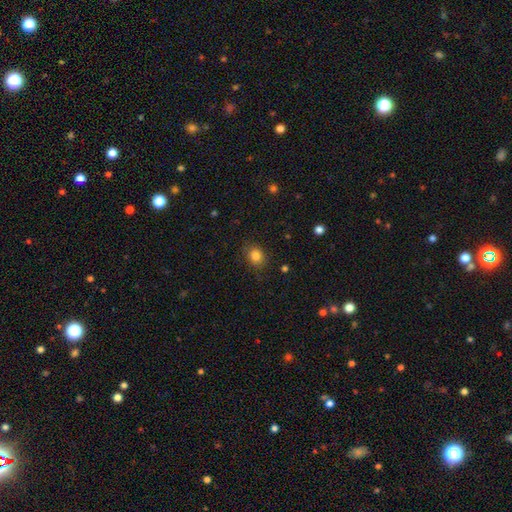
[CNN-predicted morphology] Overall: smooth (84%). How rounded: round (61%; in between 39%). Merging: none (83%).